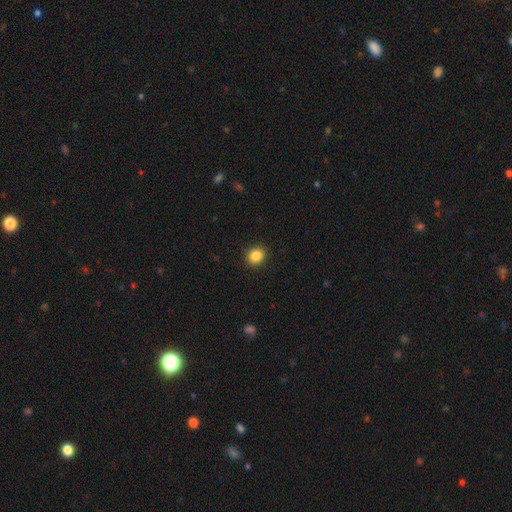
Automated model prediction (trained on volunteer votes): smooth-or-featured: smooth: 86% | star or artifact: 10% | featured or disk: 4%
  how-rounded: round: 75% | in between: 24% | cigar-shaped: 1%
  merging: none: 91% | minor disturbance: 6% | major disturbance: 2% | merger: 1%